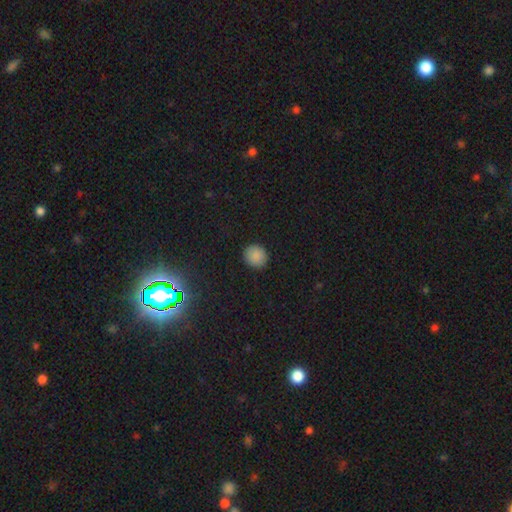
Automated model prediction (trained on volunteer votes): Smooth or featured?
  - smooth: 87% *
  - star or artifact: 10%
  - featured or disk: 3%
How rounded?
  - round: 88% *
  - in between: 11%
  - cigar-shaped: 1%
Merging?
  - none: 91% *
  - minor disturbance: 6%
  - major disturbance: 2%
  - merger: 1%